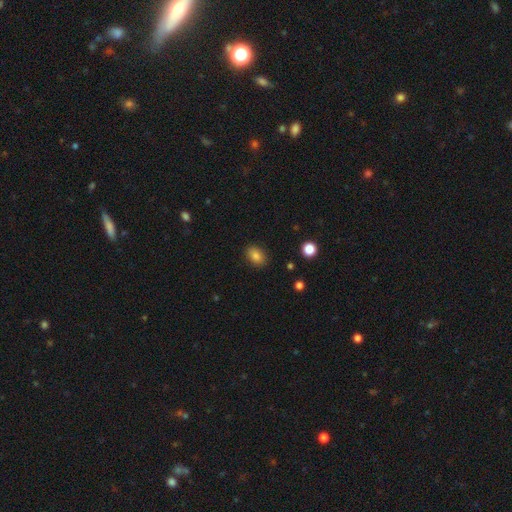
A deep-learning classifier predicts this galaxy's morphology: A smooth galaxy with no disk features (84%) that is in between round and cigar-shaped (78%). Merging: none (87%).